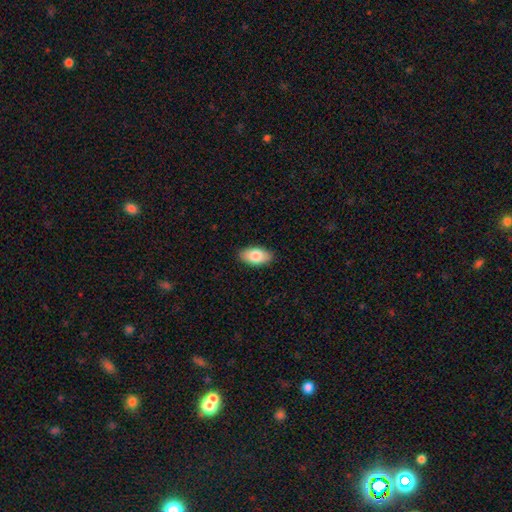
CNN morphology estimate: Smooth or featured? Predicted: smooth (p=0.83). How rounded? Predicted: in between (p=0.94). Merging? Predicted: none (p=0.89).